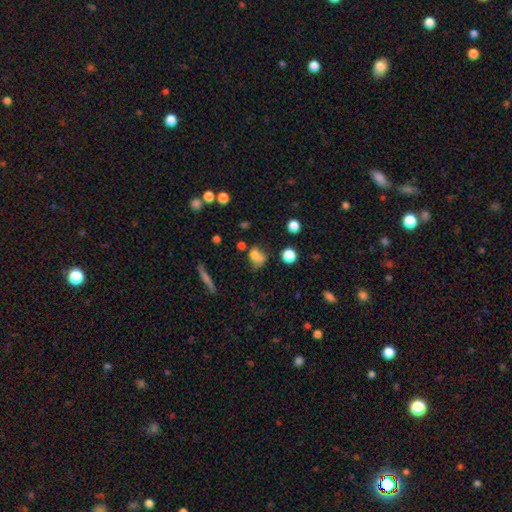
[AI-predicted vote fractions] Morphology: type=smooth (70%); roundness=in between (50%); merging=none (37%).